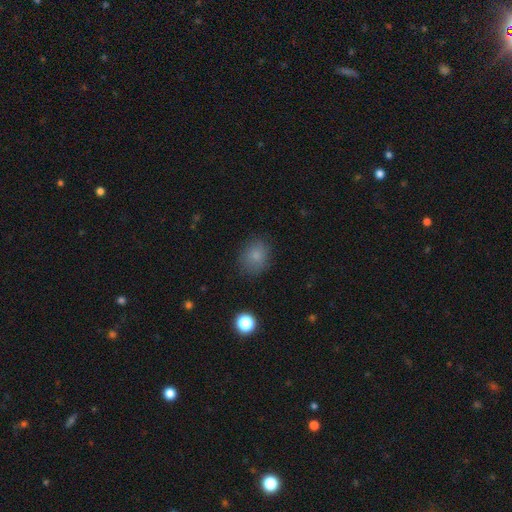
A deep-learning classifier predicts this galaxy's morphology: smooth_or_featured: smooth (p=0.82) [alt: star or artifact p=0.11]
how_rounded: round (p=0.57) [alt: in between p=0.42]
merging: none (p=0.80) [alt: minor disturbance p=0.15]